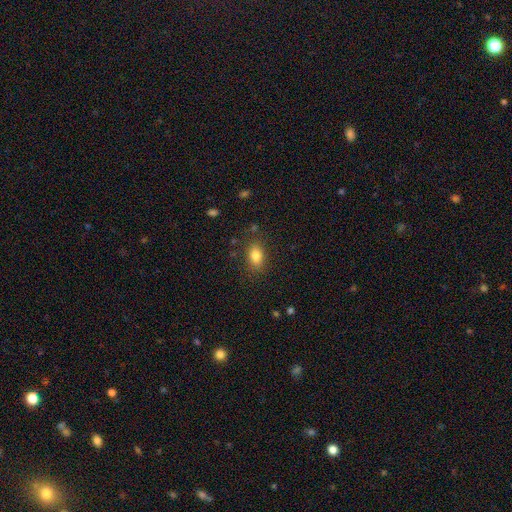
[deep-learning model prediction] This is clearly a smooth galaxy (83%). How rounded: clearly in between (84%). Merging: clearly none (83%).